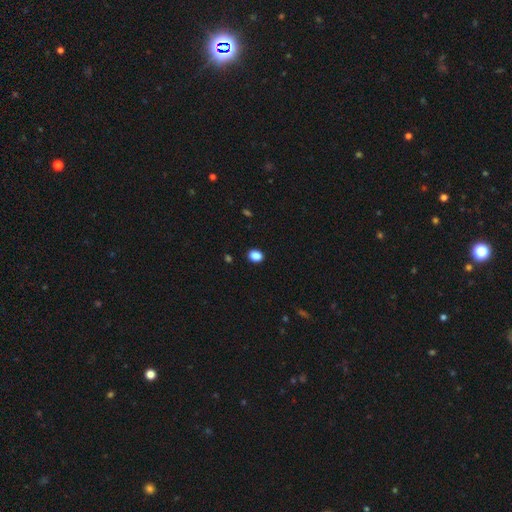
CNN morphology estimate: Q: Smooth or featured?
A: smooth (88%); runner-up: star or artifact (9%)
Q: How rounded?
A: in between (63%); runner-up: round (36%)
Q: Merging?
A: none (90%); runner-up: minor disturbance (7%)